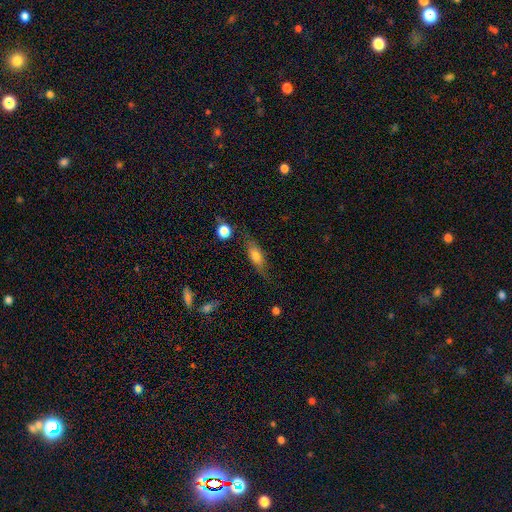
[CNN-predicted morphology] Smooth or featured? Predicted: smooth (p=0.59). How rounded? Predicted: in between (p=0.56). Merging? Predicted: none (p=0.69).